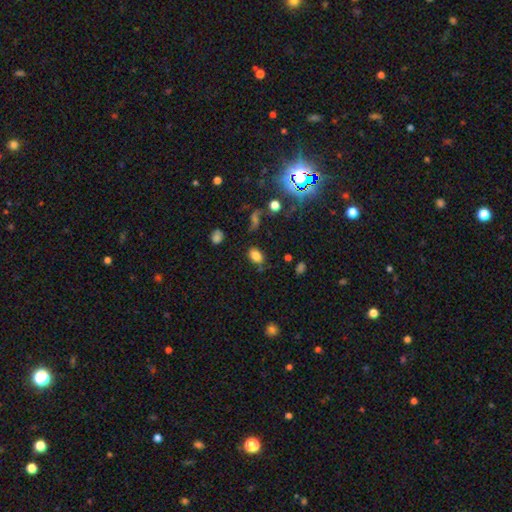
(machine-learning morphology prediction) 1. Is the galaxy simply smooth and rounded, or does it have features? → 78% smooth, 15% star or artifact, 8% featured or disk.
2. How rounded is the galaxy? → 84% in between, 14% round, 2% cigar-shaped.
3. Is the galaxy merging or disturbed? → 75% none, 16% minor disturbance, 5% major disturbance, 4% merger.